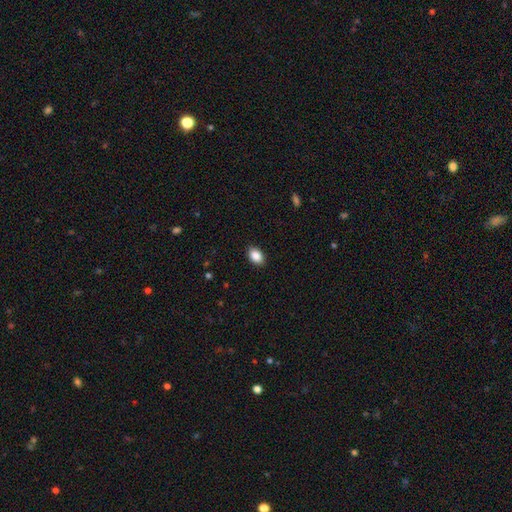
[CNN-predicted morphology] The model was most divided on "how rounded": in between: 86%, round: 13%, cigar-shaped: 1%. More confident: merging — none (90%); smooth or featured — smooth (88%).